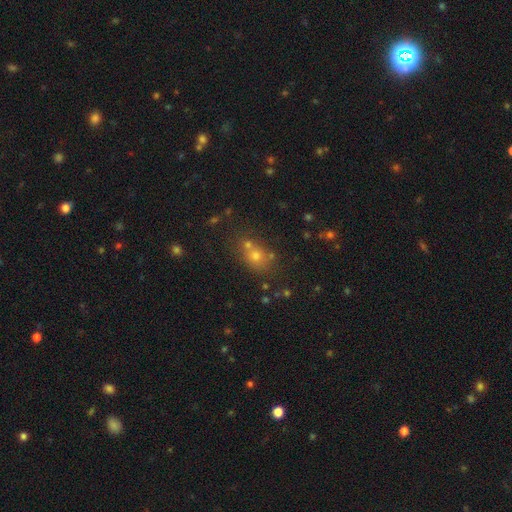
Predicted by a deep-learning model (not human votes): Q: Smooth or featured?
A: smooth (62%); runner-up: star or artifact (24%)
Q: How rounded?
A: round (64%); runner-up: in between (34%)
Q: Merging?
A: none (56%); runner-up: merger (29%)